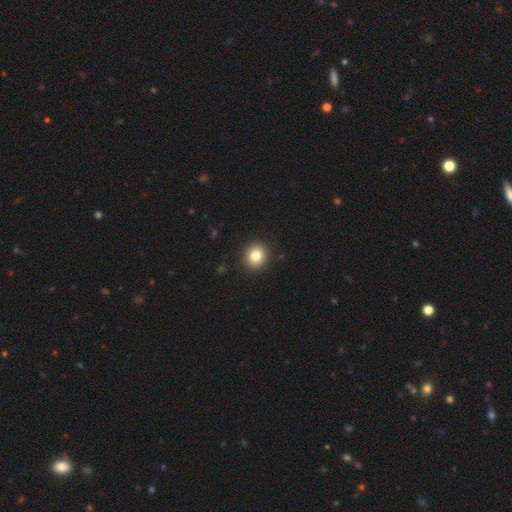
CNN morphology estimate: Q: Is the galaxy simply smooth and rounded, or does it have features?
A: smooth — 82%.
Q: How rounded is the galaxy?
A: round — 88%.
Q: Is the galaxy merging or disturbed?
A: none — 92%.